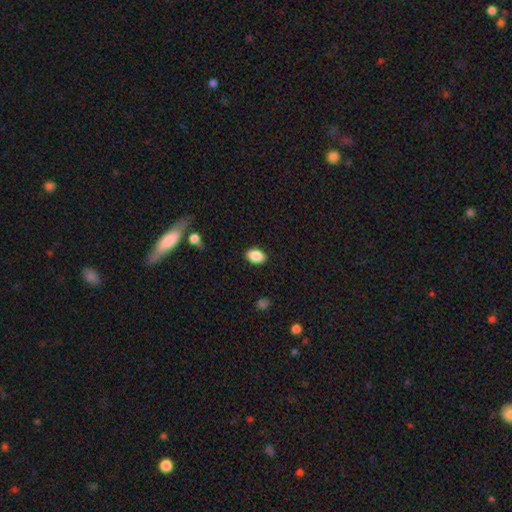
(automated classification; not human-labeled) smooth_or_featured: smooth (p=0.88) [alt: star or artifact p=0.08]
how_rounded: in between (p=0.84) [alt: round p=0.15]
merging: none (p=0.88) [alt: minor disturbance p=0.09]